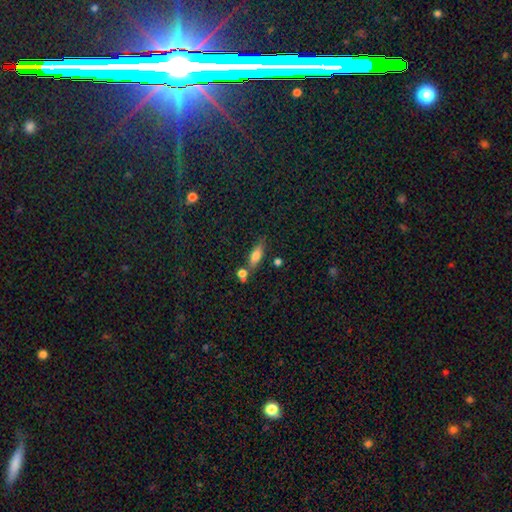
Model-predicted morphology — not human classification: smooth_or_featured: smooth (p=0.71) [alt: featured or disk p=0.19]
how_rounded: in between (p=0.61) [alt: cigar-shaped p=0.35]
merging: none (p=0.64) [alt: merger p=0.16]